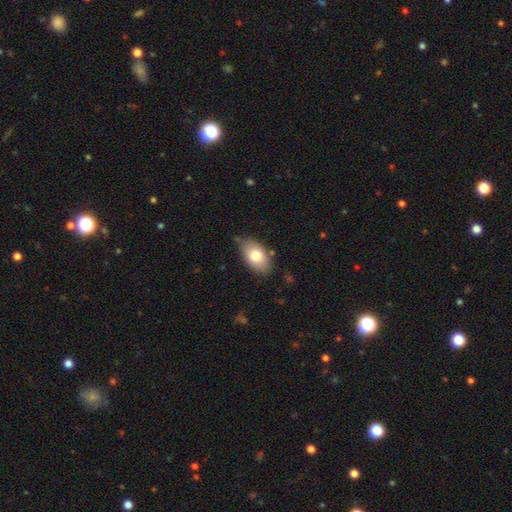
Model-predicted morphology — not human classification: Q: Smooth or featured?
A: smooth (77%); runner-up: featured or disk (16%)
Q: How rounded?
A: in between (92%); runner-up: round (7%)
Q: Merging?
A: none (76%); runner-up: minor disturbance (18%)